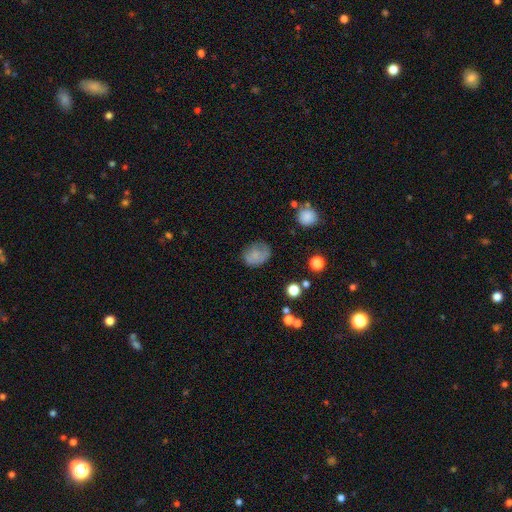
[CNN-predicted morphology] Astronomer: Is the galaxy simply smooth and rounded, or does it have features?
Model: smooth — 76%.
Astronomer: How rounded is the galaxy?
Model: in between — 59% (runner-up: round, 40%).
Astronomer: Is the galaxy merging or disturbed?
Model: none — 63%.